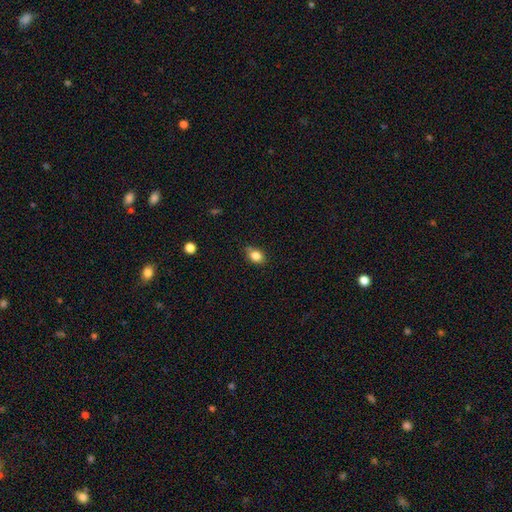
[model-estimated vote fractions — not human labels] smooth-or-featured: smooth: 84% | star or artifact: 10% | featured or disk: 6%
  how-rounded: in between: 63% | round: 35% | cigar-shaped: 1%
  merging: none: 71% | minor disturbance: 23% | major disturbance: 4% | merger: 2%